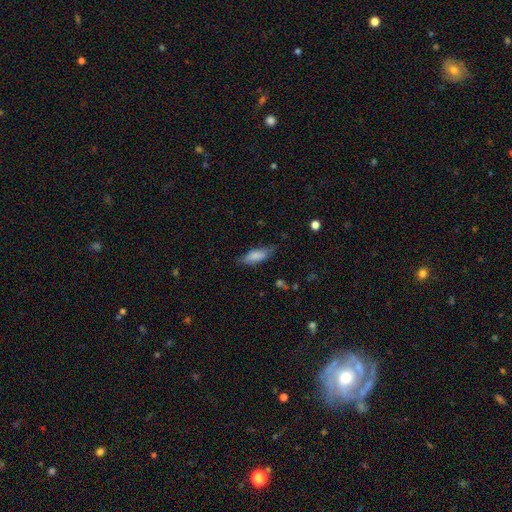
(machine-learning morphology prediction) smooth-or-featured: smooth: 81% | featured or disk: 12% | star or artifact: 6%
  how-rounded: in between: 59% | cigar-shaped: 39% | round: 2%
  merging: none: 74% | minor disturbance: 20% | major disturbance: 5% | merger: 2%